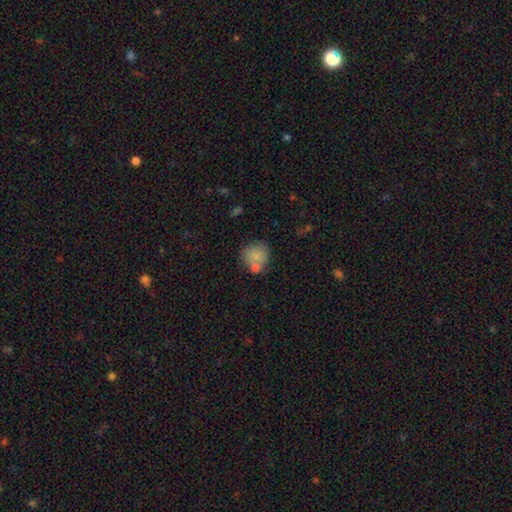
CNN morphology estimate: Overall: smooth (79%). How rounded: round (83%). Merging: none (56%; merger 23%).